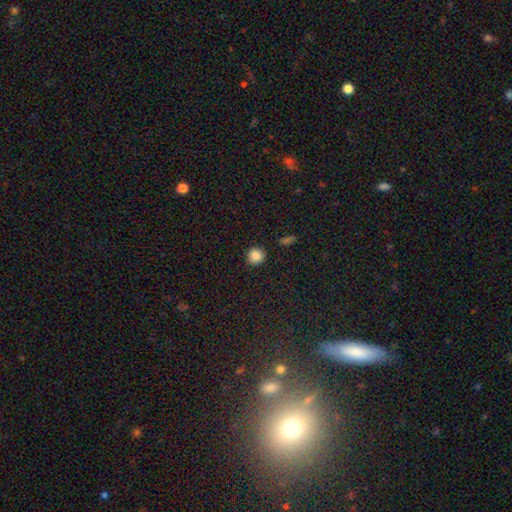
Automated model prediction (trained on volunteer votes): Q: Smooth or featured?
A: smooth (86%); runner-up: star or artifact (10%)
Q: How rounded?
A: round (89%); runner-up: in between (10%)
Q: Merging?
A: none (89%); runner-up: minor disturbance (8%)